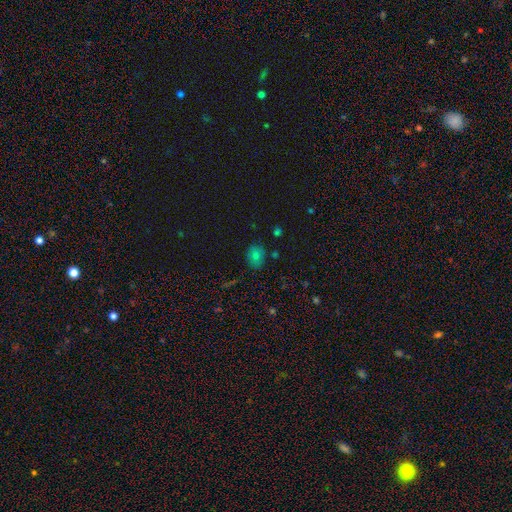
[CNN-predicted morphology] smooth_or_featured: smooth (p=0.74) [alt: star or artifact p=0.16]
how_rounded: in between (p=0.60) [alt: round p=0.39]
merging: none (p=0.80) [alt: minor disturbance p=0.14]